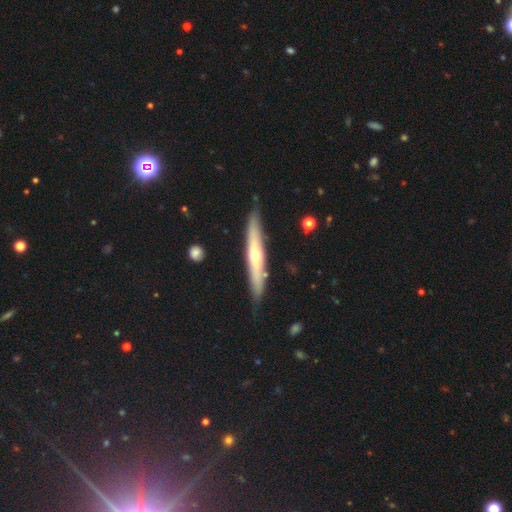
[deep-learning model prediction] smooth_or_featured: featured or disk (p=0.65) [alt: smooth p=0.29]
disk_edge_on: yes (p=0.89) [alt: no p=0.11]
edge_on_bulge: rounded (p=0.81) [alt: none p=0.16]
merging: none (p=0.85) [alt: minor disturbance p=0.11]